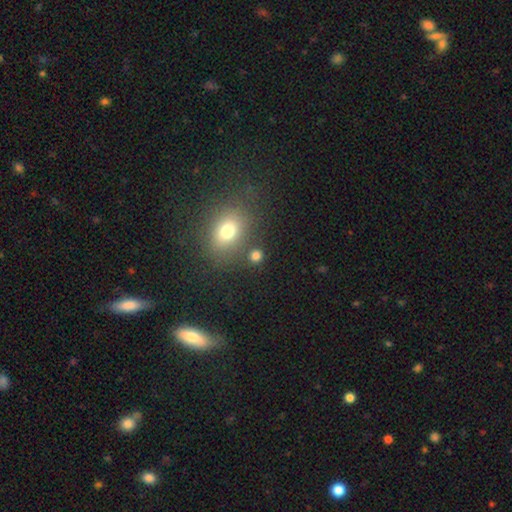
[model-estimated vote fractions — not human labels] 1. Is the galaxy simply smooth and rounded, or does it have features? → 77% smooth, 17% star or artifact, 6% featured or disk.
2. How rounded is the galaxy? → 79% round, 20% in between, 2% cigar-shaped.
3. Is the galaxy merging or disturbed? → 79% none, 10% merger, 8% minor disturbance, 4% major disturbance.